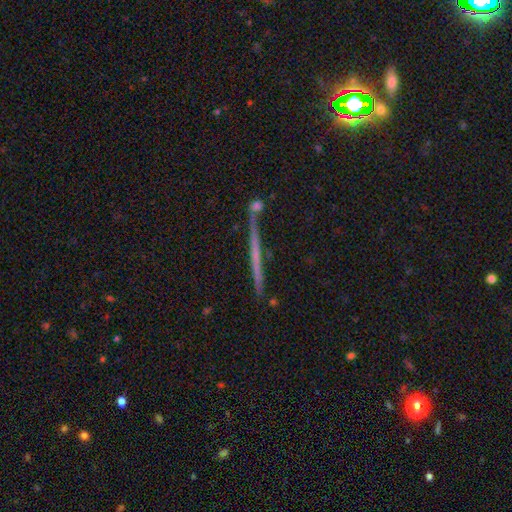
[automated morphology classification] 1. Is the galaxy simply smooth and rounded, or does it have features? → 62% featured or disk, 27% smooth, 11% star or artifact.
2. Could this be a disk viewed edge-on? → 97% yes, 3% no.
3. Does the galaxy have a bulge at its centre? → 81% none, 13% rounded, 6% boxy.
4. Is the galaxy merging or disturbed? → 85% none, 8% minor disturbance, 5% merger, 2% major disturbance.